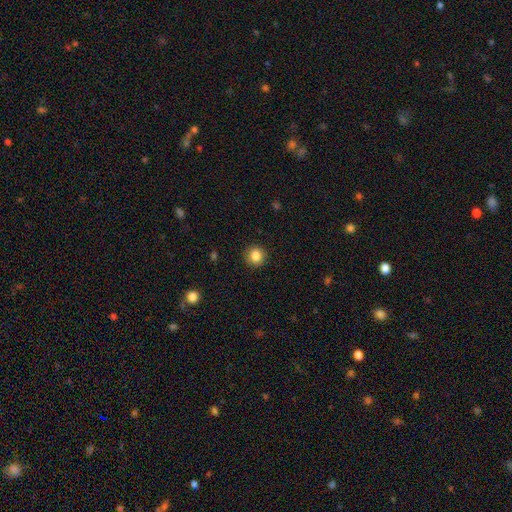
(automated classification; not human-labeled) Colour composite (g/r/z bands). It shows a smooth galaxy with no disk features (85%) that is round (91%). Merging: none (91%).